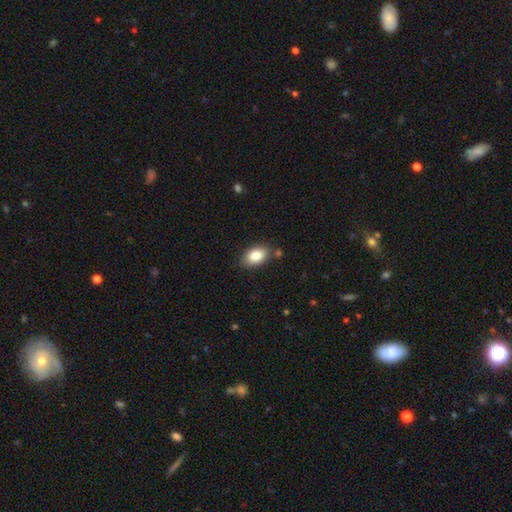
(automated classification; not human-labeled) Smooth or featured? Predicted: smooth (p=0.86). How rounded? Predicted: in between (p=0.90). Merging? Predicted: none (p=0.81).